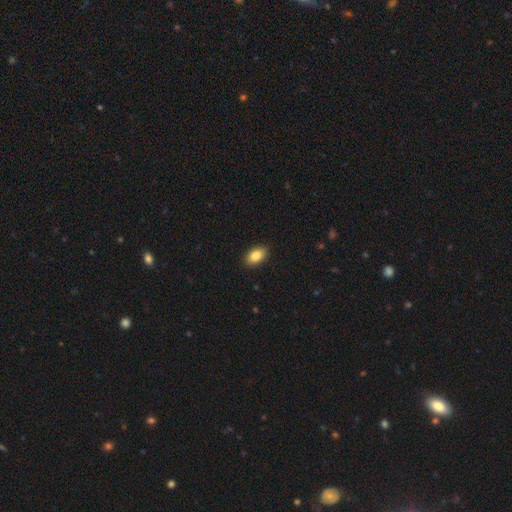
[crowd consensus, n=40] This appears to be a smooth galaxy with no disk features (90%) that is in between round and cigar-shaped (92%). Merging: none (89%).